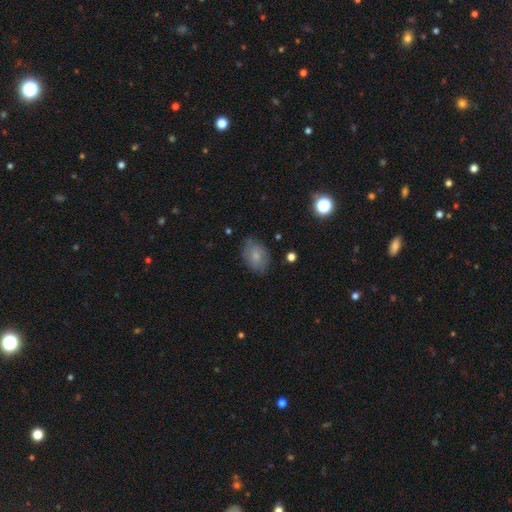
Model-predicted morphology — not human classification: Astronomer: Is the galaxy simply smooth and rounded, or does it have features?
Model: smooth — 76%.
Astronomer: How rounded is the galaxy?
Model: in between — 76%.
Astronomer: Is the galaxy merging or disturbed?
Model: none — 74%.